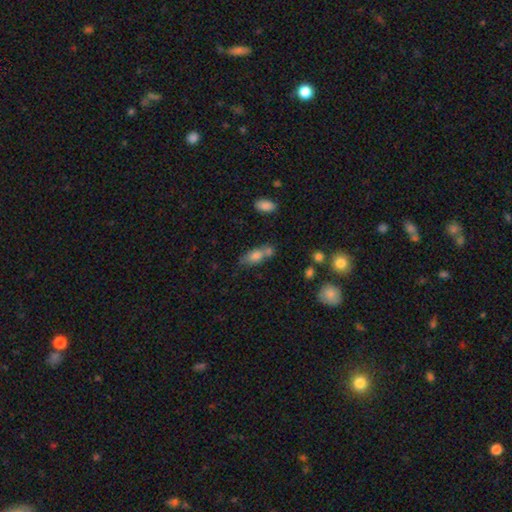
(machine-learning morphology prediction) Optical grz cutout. It shows a smooth galaxy with no disk features (75%) that is in between round and cigar-shaped (76%). Merging: merger (41%).